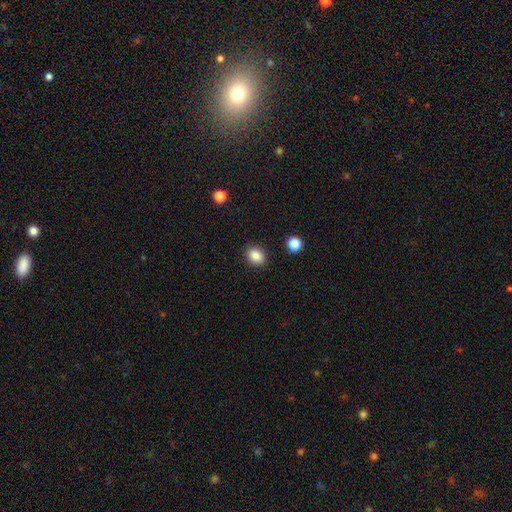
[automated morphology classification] A smooth galaxy with no disk features (86%) that is round (56%). Merging: none (89%).